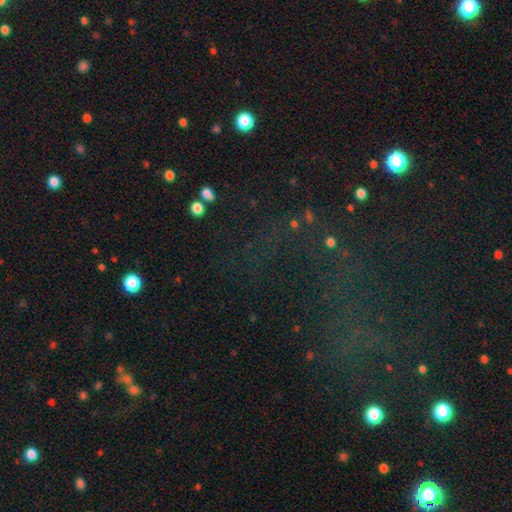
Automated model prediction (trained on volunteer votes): Overall: star or artifact (62%; smooth 22%).